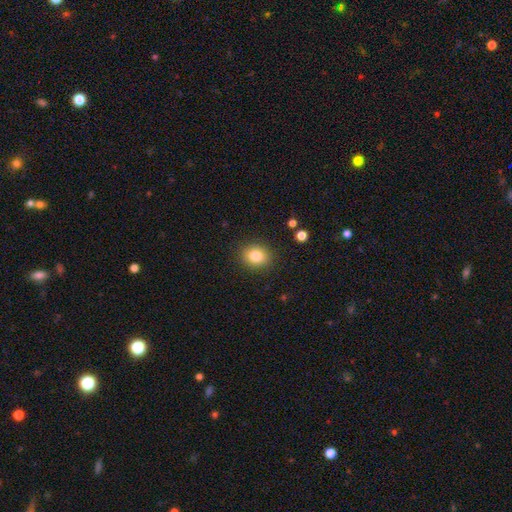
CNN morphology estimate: type=smooth (82%); roundness=round (63%); merging=none (89%).